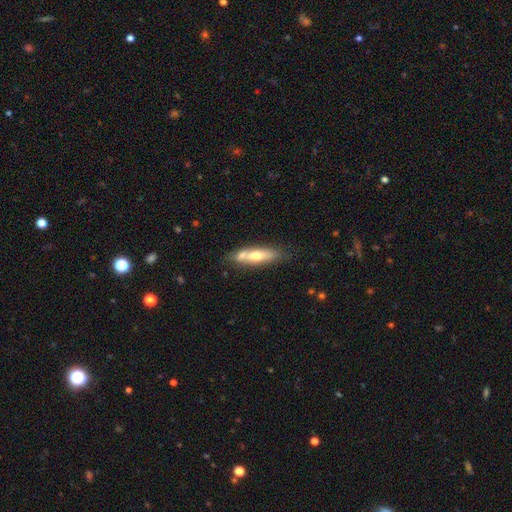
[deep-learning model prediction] smooth_or_featured: smooth (p=0.52) [alt: featured or disk p=0.42]
how_rounded: cigar-shaped (p=0.67) [alt: in between p=0.31]
merging: none (p=0.61) [alt: merger p=0.20]